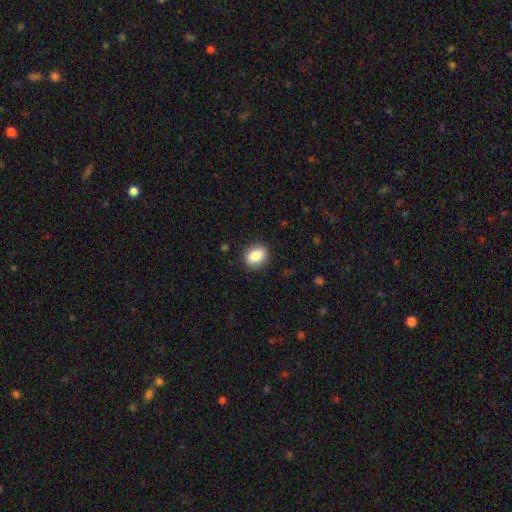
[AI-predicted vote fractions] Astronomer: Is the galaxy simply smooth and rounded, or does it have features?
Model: smooth — 87%.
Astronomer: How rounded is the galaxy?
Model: in between — 56% (runner-up: round, 43%).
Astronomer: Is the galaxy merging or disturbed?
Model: none — 87%.